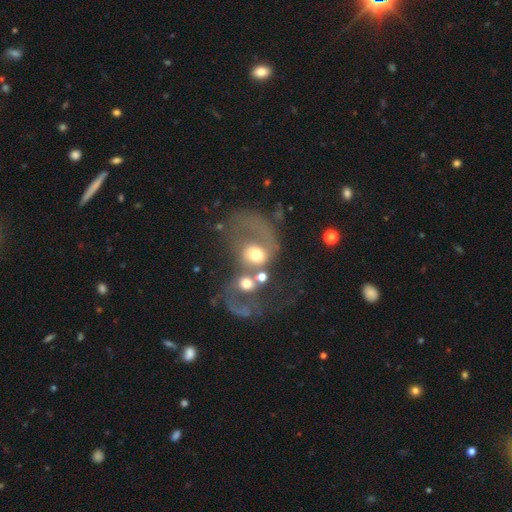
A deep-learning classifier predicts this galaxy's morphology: Overall: featured or disk (71%). Edge-on disk: no (97%). Bar: no (67%). Spiral arms: yes (68%; no 32%). Bulge size: moderate (63%). Merging: merger (65%).